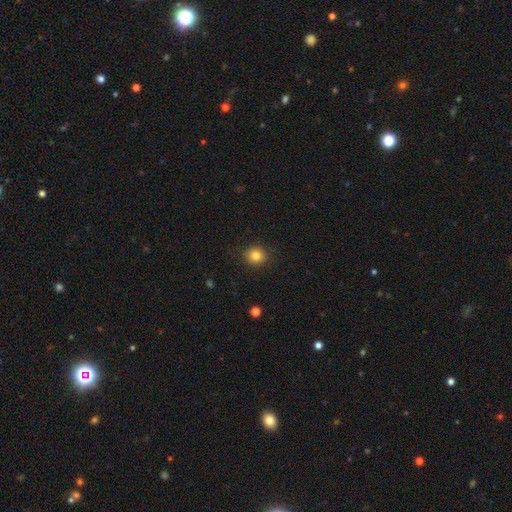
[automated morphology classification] The model was most divided on "smooth or featured": smooth: 83%, star or artifact: 11%, featured or disk: 6%. More confident: merging — none (90%); how rounded — round (87%).